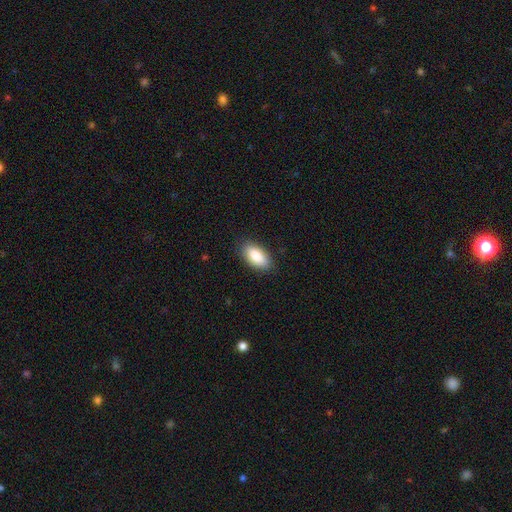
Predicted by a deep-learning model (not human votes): Q: Smooth or featured?
A: smooth (88%); runner-up: star or artifact (6%)
Q: How rounded?
A: in between (93%); runner-up: cigar-shaped (4%)
Q: Merging?
A: none (87%); runner-up: minor disturbance (10%)